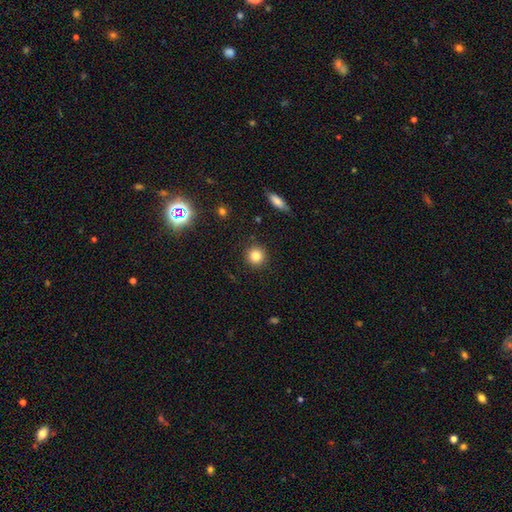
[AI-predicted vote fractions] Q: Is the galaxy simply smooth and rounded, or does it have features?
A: smooth — 83%.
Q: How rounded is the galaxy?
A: round — 93%.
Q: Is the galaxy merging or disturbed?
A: none — 90%.